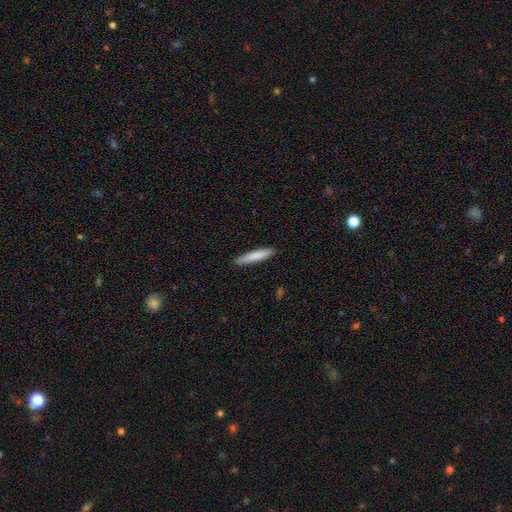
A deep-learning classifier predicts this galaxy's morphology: Smooth or featured? smooth (82%)
How rounded? cigar-shaped (90%)
Merging? none (89%)